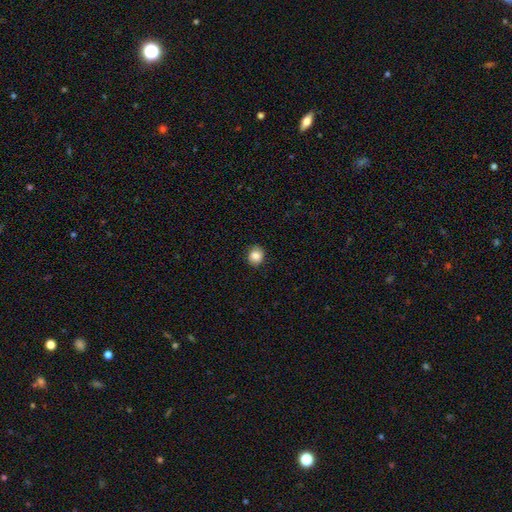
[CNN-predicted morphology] A smooth galaxy with no disk features (85%) that is round (82%). Merging: none (84%).